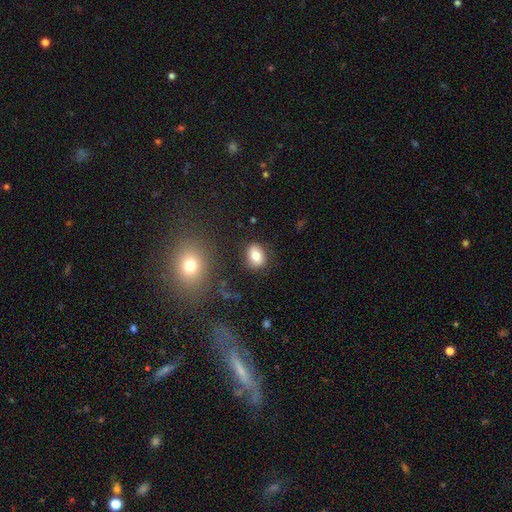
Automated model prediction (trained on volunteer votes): smooth-or-featured: smooth: 78% | featured or disk: 13% | star or artifact: 9%
  how-rounded: in between: 62% | round: 36% | cigar-shaped: 1%
  merging: none: 83% | minor disturbance: 11% | major disturbance: 3% | merger: 3%